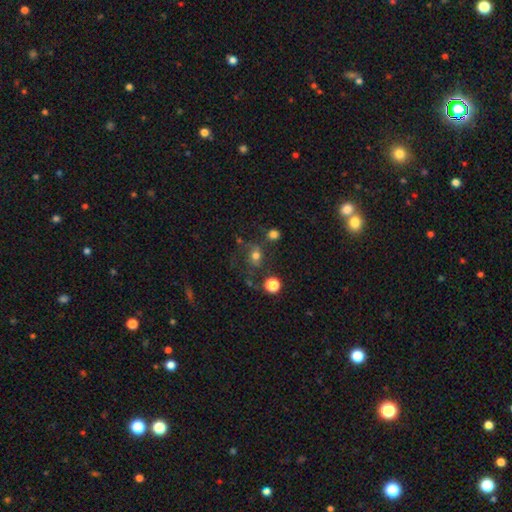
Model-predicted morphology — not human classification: A smooth galaxy with no disk features (62%) that is round (64%).

Vote fractions:
- Smooth or featured? smooth: 62% / featured or disk: 21% / star or artifact: 17%
- How rounded? round: 64% / in between: 34% / cigar-shaped: 1%
- Merging? none: 53% / minor disturbance: 20% / major disturbance: 17% / merger: 11%